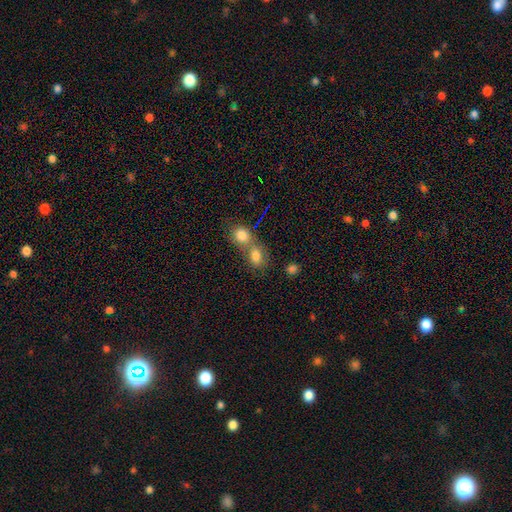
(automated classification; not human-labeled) Q: Smooth or featured?
A: smooth (80%); runner-up: star or artifact (11%)
Q: How rounded?
A: in between (66%); runner-up: round (32%)
Q: Merging?
A: merger (58%); runner-up: none (31%)